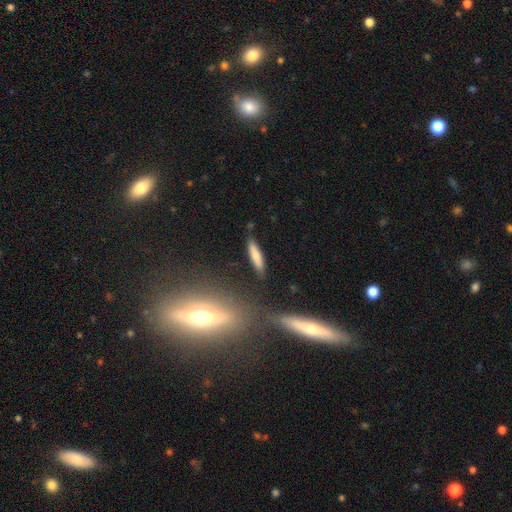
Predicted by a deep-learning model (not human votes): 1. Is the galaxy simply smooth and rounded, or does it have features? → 74% smooth, 20% featured or disk, 7% star or artifact.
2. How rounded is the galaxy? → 78% cigar-shaped, 20% in between, 2% round.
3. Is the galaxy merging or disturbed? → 81% none, 13% minor disturbance, 3% merger, 3% major disturbance.